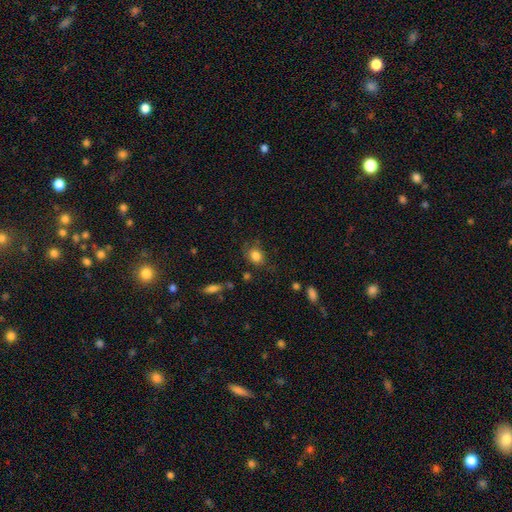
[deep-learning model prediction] Morphology: type=smooth (83%); roundness=in between (49%, tied with round); merging=none (69%).